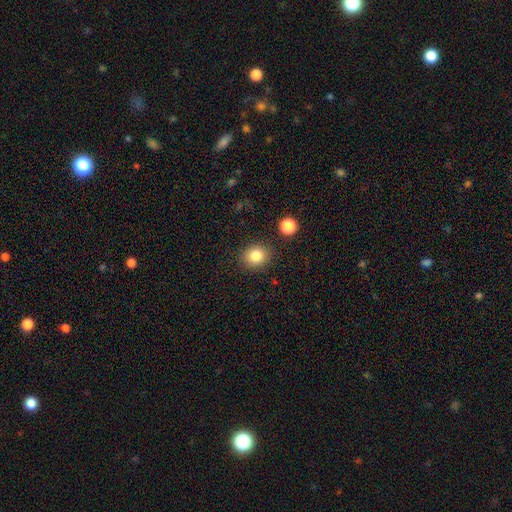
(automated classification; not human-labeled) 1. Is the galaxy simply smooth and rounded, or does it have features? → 82% smooth, 11% star or artifact, 7% featured or disk.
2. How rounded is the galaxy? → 72% round, 27% in between, 1% cigar-shaped.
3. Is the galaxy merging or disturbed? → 88% none, 7% minor disturbance, 2% major disturbance, 2% merger.